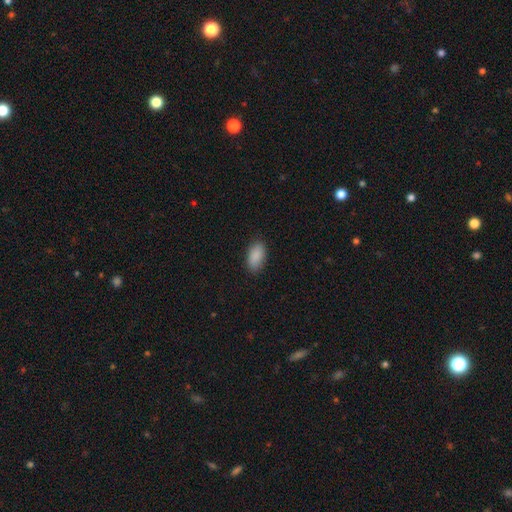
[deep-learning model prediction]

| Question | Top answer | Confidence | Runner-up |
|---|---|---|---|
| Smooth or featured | smooth | 90% | star or artifact (7%) |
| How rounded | in between | 93% | cigar-shaped (4%) |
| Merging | none | 86% | minor disturbance (10%) |